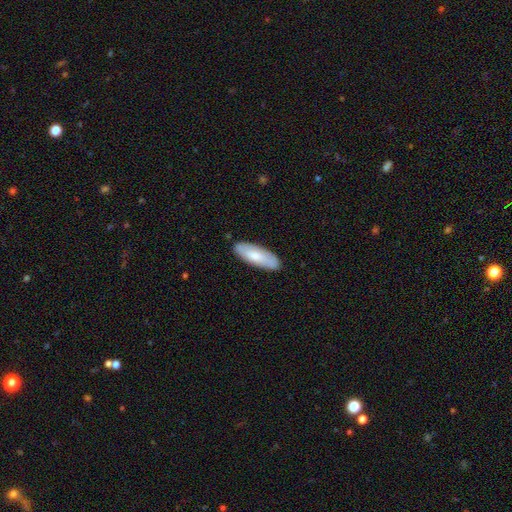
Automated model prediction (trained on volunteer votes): A smooth galaxy with no disk features (71%) that is in between round and cigar-shaped (64%).

Vote fractions:
- Smooth or featured? smooth: 71% / featured or disk: 24% / star or artifact: 5%
- How rounded? in between: 64% / cigar-shaped: 34% / round: 2%
- Merging? none: 86% / minor disturbance: 11% / major disturbance: 2% / merger: 1%